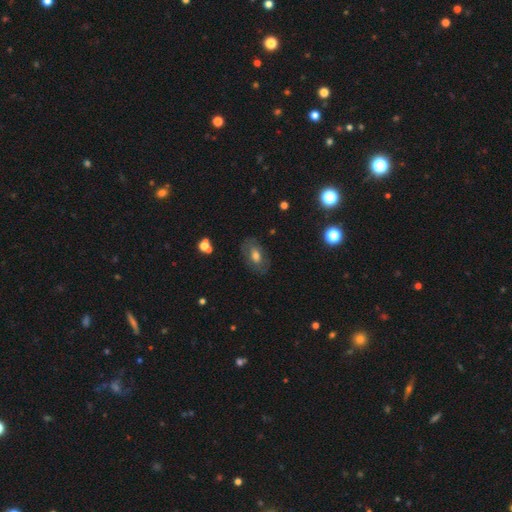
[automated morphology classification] smooth-or-featured: smooth: 49% | featured or disk: 41% | star or artifact: 10%
  merging: none: 77% | minor disturbance: 15% | major disturbance: 6% | merger: 2%